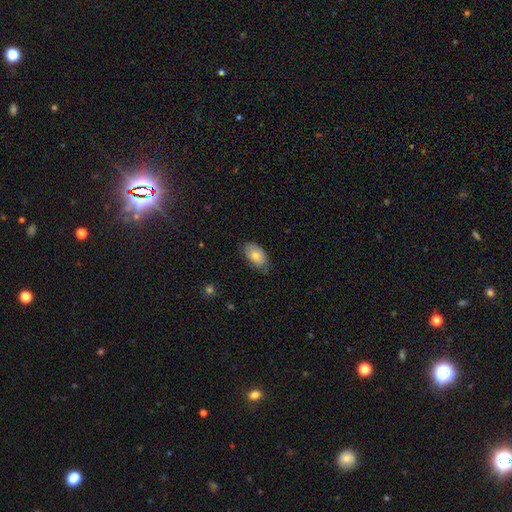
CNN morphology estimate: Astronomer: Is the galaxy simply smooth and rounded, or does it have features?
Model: smooth — 72%.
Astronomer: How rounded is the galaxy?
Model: in between — 92%.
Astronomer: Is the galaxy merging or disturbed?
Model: none — 70%.